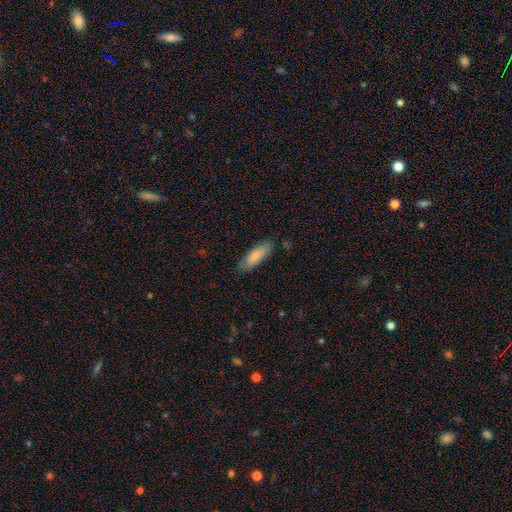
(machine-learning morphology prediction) Q: Smooth or featured?
A: smooth (79%); runner-up: featured or disk (15%)
Q: How rounded?
A: in between (53%); runner-up: cigar-shaped (45%)
Q: Merging?
A: none (80%); runner-up: minor disturbance (15%)